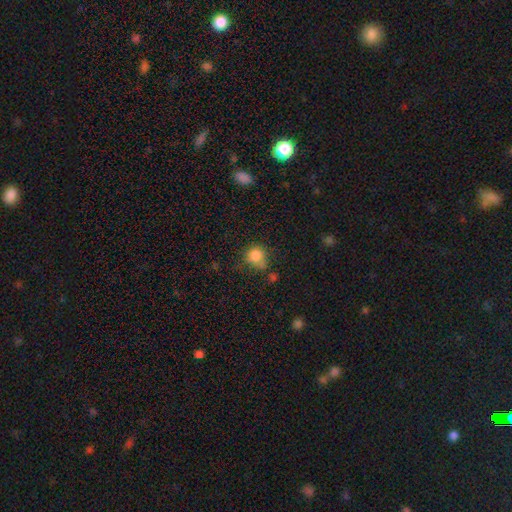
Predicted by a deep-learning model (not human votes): This is clearly a smooth galaxy (83%). How rounded: clearly round (82%). Merging: possibly none (55%).